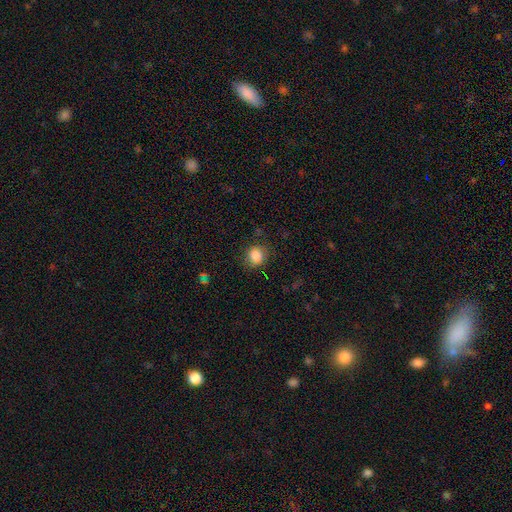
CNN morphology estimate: Overall: smooth (86%). How rounded: round (64%; in between 35%). Merging: none (76%).